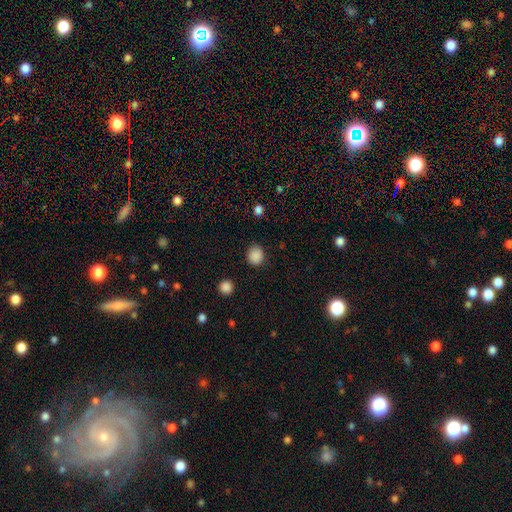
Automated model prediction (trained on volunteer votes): Morphology: type=smooth (87%); roundness=round (84%); merging=none (87%).